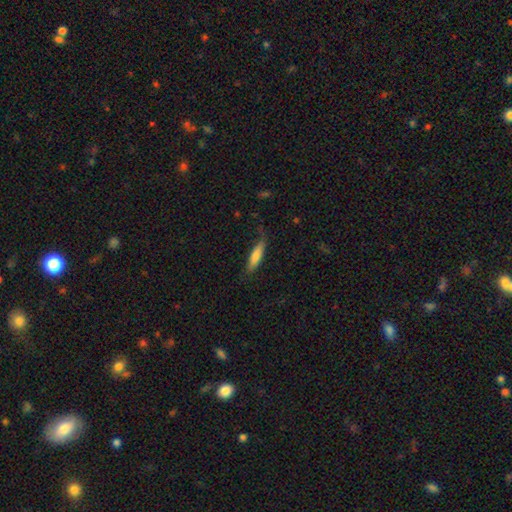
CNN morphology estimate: The model was most divided on "merging": none: 66%, minor disturbance: 25%, major disturbance: 8%, merger: 2%. More confident: smooth or featured — smooth (75%); how rounded — cigar-shaped (72%).